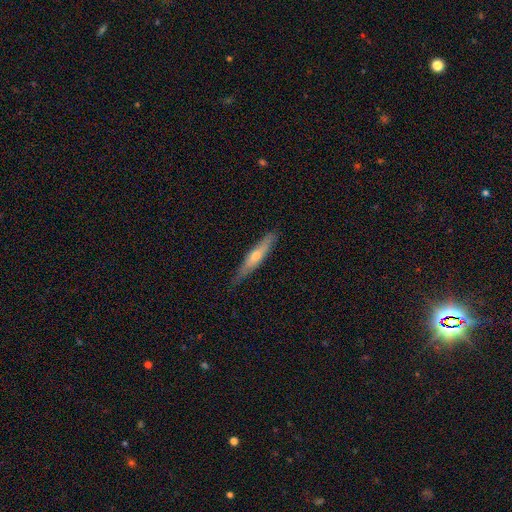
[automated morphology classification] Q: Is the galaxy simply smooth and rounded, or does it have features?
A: featured or disk — 49%.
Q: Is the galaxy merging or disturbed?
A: none — 82%.